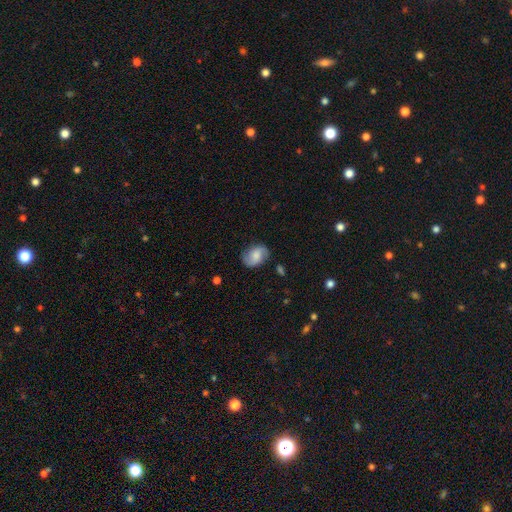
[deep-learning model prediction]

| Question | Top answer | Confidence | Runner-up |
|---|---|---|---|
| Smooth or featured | featured or disk | 46% | tied: smooth (46%) |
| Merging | none | 74% | minor disturbance (18%) |